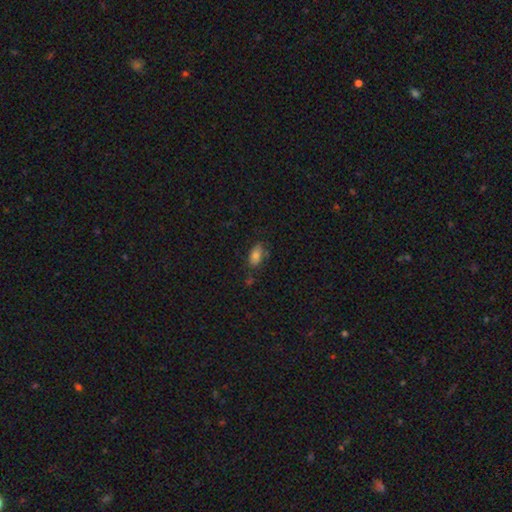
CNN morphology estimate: This appears to be a smooth galaxy with no disk features (76%) that is in between round and cigar-shaped (90%). Merging: none (70%).